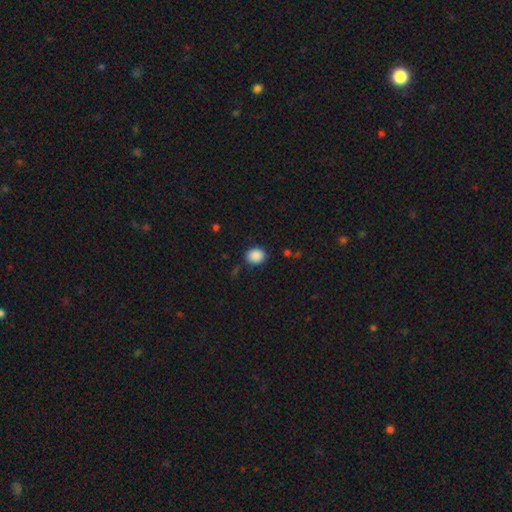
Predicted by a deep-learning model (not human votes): Morphology: type=smooth (88%); roundness=round (65%); merging=none (84%).